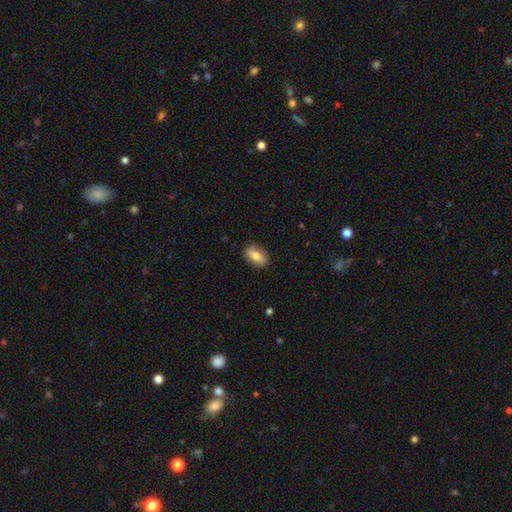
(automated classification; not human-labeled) smooth_or_featured: smooth (p=0.75) [alt: featured or disk p=0.18]
how_rounded: in between (p=0.86) [alt: round p=0.08]
merging: none (p=0.87) [alt: minor disturbance p=0.10]